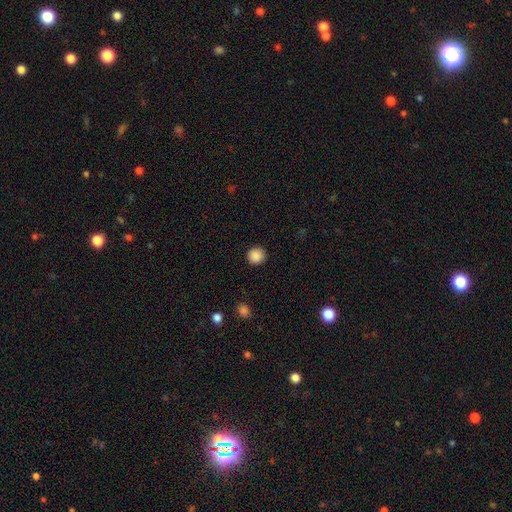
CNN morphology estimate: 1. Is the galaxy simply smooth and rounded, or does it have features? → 88% smooth, 9% star or artifact, 3% featured or disk.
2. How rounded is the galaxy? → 93% round, 6% in between, 1% cigar-shaped.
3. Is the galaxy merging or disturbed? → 92% none, 5% minor disturbance, 2% major disturbance, 1% merger.